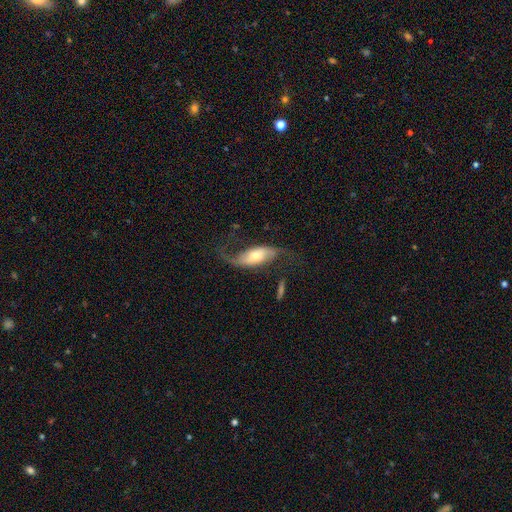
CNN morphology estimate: Smooth or featured? featured or disk (74%)
Edge-on disk? no (90%)
Bar? no (44%)
Spiral arms? yes (91%)
Spiral winding? loose (83%)
Spiral arm count? 2 (84%)
Bulge size? moderate (61%)
Merging? none (54%)